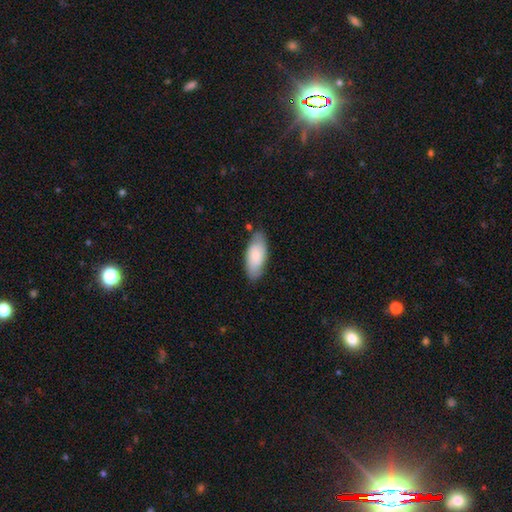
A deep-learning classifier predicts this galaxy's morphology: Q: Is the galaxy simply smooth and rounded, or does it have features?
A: smooth — 78%.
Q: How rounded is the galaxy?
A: in between — 87%.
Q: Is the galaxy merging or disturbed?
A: none — 77%.